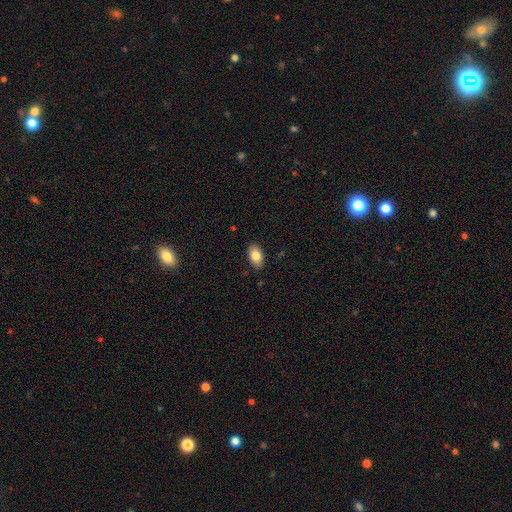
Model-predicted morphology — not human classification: Smooth or featured? Predicted: smooth (p=0.83). How rounded? Predicted: in between (p=0.93). Merging? Predicted: none (p=0.88).